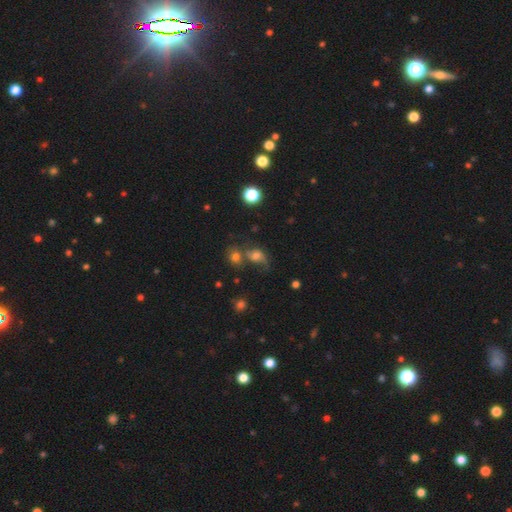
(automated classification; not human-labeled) smooth 58%, featured or disk 22%, star or artifact 20%. Down the decision tree: how rounded — in between (50%); merging — merger (36%).